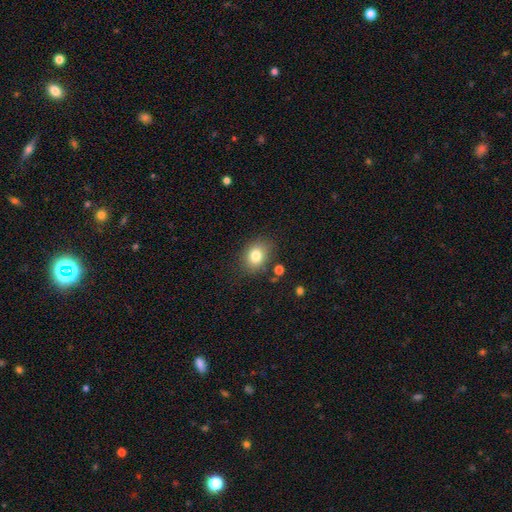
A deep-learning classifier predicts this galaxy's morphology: smooth_or_featured: smooth (p=0.81) [alt: star or artifact p=0.10]
how_rounded: in between (p=0.53) [alt: round p=0.46]
merging: none (p=0.78) [alt: minor disturbance p=0.14]